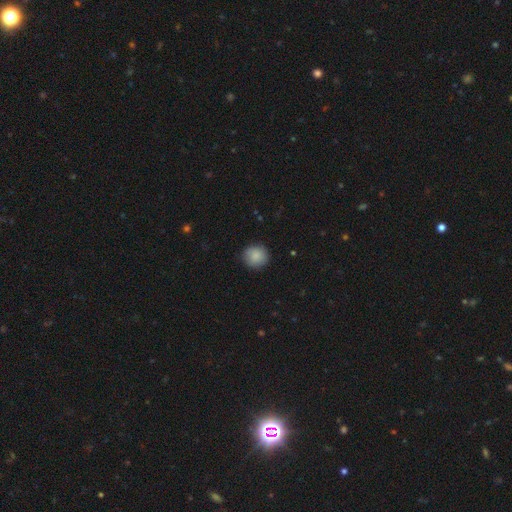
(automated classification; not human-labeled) smooth_or_featured: smooth (p=0.87) [alt: star or artifact p=0.07]
how_rounded: round (p=0.91) [alt: in between p=0.08]
merging: none (p=0.87) [alt: minor disturbance p=0.10]